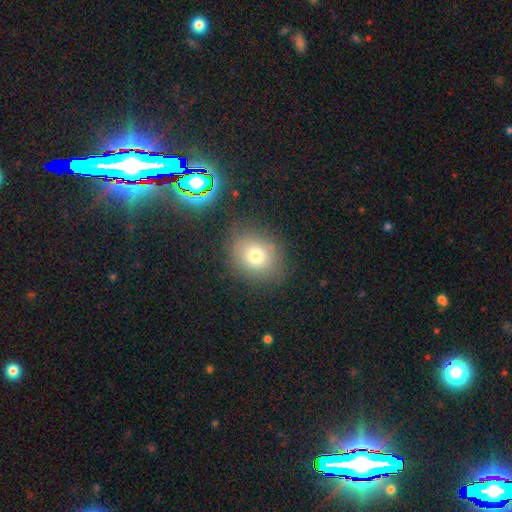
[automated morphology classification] Smooth or featured? smooth (74%)
How rounded? round (64%)
Merging? none (78%)